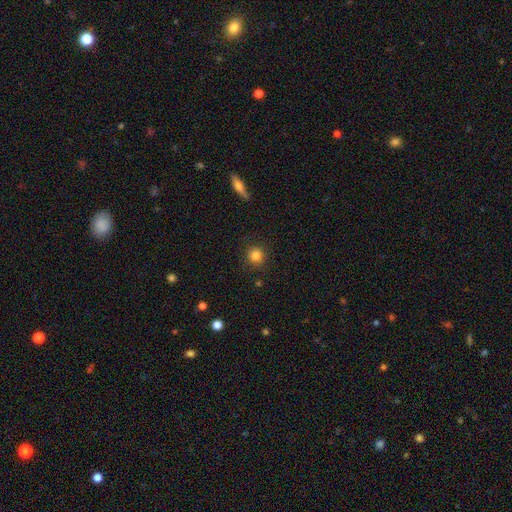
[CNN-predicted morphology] smooth_or_featured: smooth (p=0.84) [alt: star or artifact p=0.11]
how_rounded: round (p=0.93) [alt: in between p=0.06]
merging: none (p=0.89) [alt: minor disturbance p=0.07]